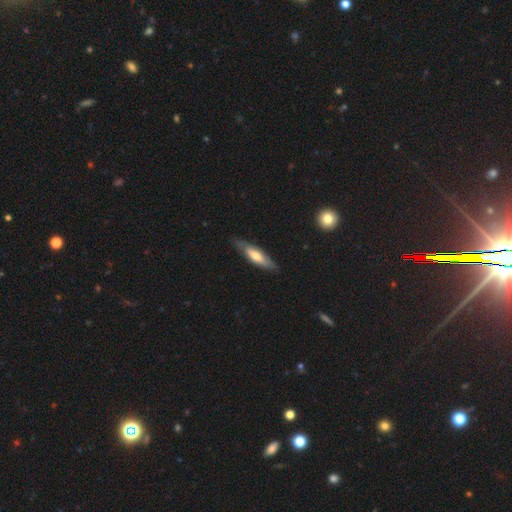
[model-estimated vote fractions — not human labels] Smooth or featured? smooth (53%)
How rounded? cigar-shaped (60%)
Merging? none (77%)